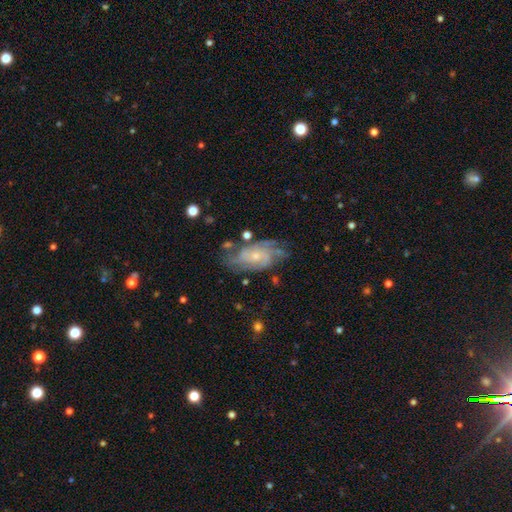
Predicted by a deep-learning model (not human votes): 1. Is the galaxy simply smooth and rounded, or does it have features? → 82% featured or disk, 12% smooth, 7% star or artifact.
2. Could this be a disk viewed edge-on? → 95% no, 5% yes.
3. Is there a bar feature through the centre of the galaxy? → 69% no, 26% weak, 5% strong.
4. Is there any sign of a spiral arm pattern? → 94% yes, 6% no.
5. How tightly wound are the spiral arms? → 50% tight, 38% medium, 12% loose.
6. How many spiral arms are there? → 30% can't tell, 24% 2, 20% 3, 14% 4, 6% more than 4, 5% 1.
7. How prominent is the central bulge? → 67% small, 27% moderate, 3% none, 2% large, 1% dominant.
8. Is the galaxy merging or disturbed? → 66% none, 21% minor disturbance, 10% major disturbance, 3% merger.